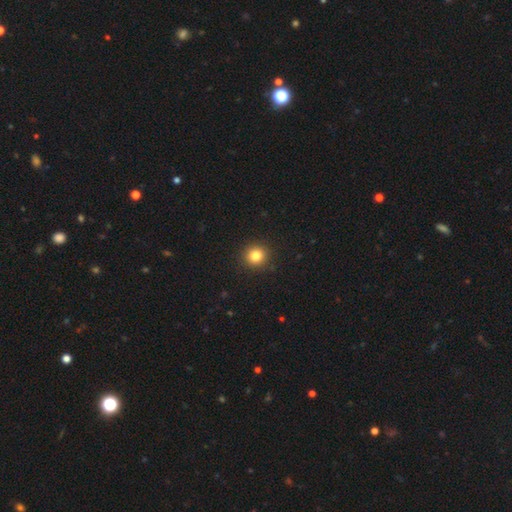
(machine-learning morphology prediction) type=smooth (82%); roundness=round (93%); merging=none (92%).